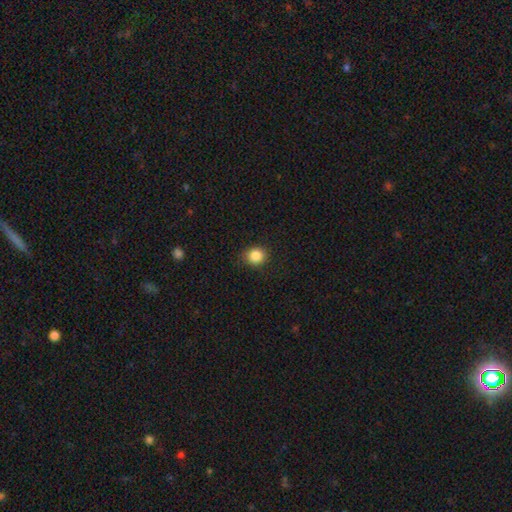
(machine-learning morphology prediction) Smooth or featured: smooth — 86% (star or artifact — 10%)
How rounded: round — 83% (in between — 16%)
Merging: none — 84% (minor disturbance — 12%)